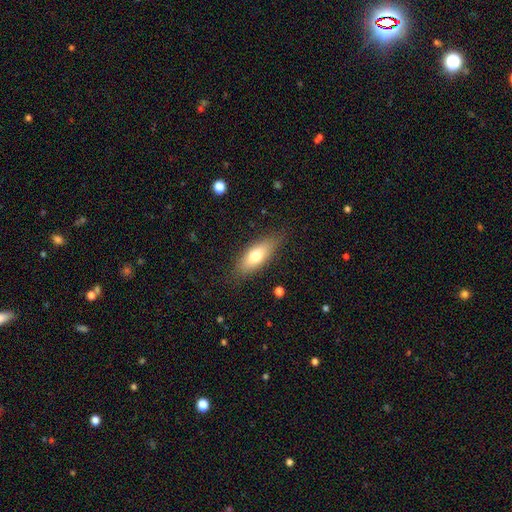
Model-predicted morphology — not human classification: Smooth or featured: smooth — 70% (featured or disk — 23%)
How rounded: in between — 69% (cigar-shaped — 28%)
Merging: none — 81% (minor disturbance — 14%)